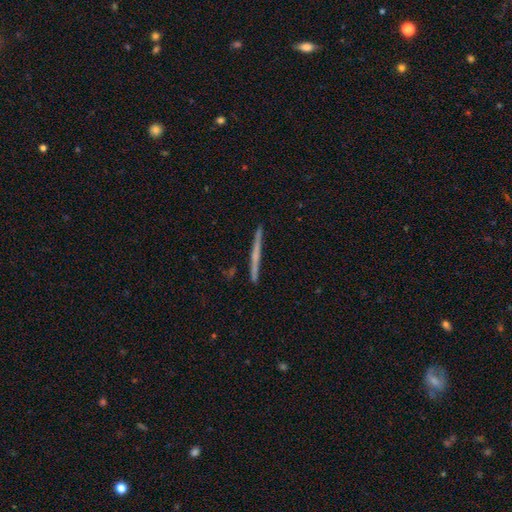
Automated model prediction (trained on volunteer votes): This is possibly a featured or disk galaxy (57%). It is clearly viewed edge-on (98%). Edge-on bulge: likely none (76%). Merging: clearly none (90%).